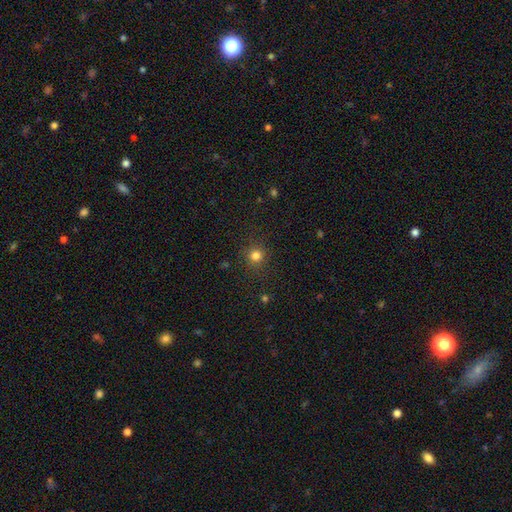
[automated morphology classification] The model was most divided on "smooth or featured": smooth: 80%, star or artifact: 15%, featured or disk: 5%. More confident: how rounded — round (93%); merging — none (88%).